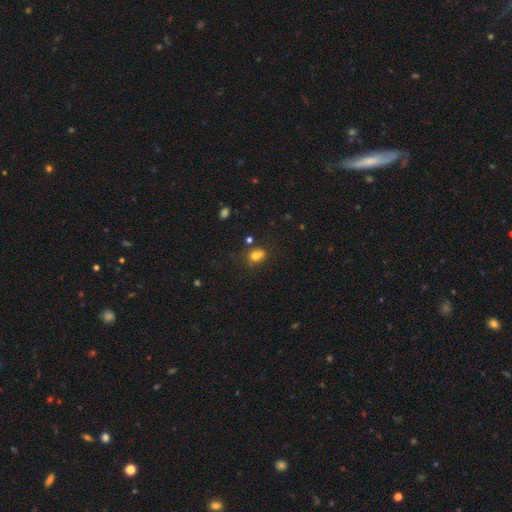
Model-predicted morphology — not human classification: This appears to be a smooth galaxy with no disk features (71%) that is round (57%). Merging: none (48%).